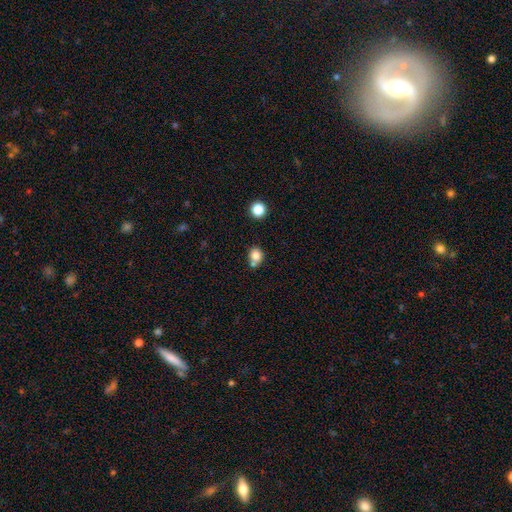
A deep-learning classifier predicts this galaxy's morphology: A smooth galaxy with no disk features (80%) that is round (77%).

Vote fractions:
- Smooth or featured? smooth: 80% / star or artifact: 11% / featured or disk: 8%
- How rounded? round: 77% / in between: 22% / cigar-shaped: 1%
- Merging? none: 57% / merger: 27% / minor disturbance: 13% / major disturbance: 3%